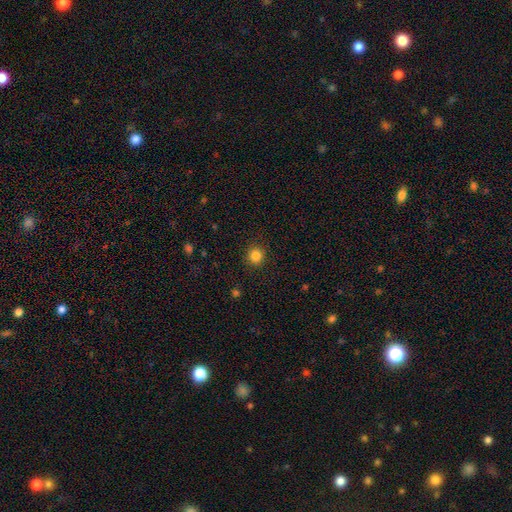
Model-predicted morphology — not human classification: The model was most divided on "smooth or featured": smooth: 84%, star or artifact: 12%, featured or disk: 4%. More confident: how rounded — round (91%); merging — none (91%).